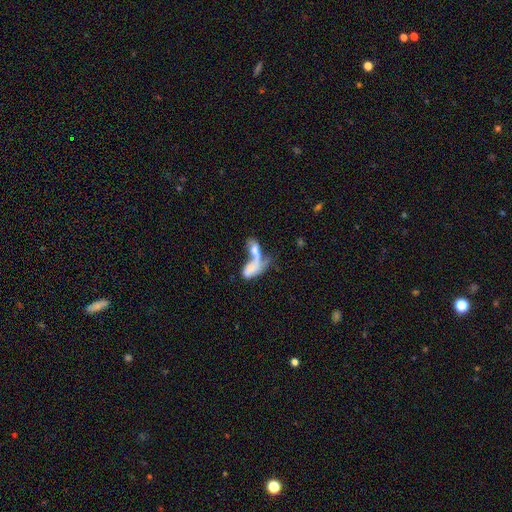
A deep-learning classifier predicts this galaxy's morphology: A smooth galaxy with no disk features (55%) that is in between round and cigar-shaped (63%). Merging: merger (66%).